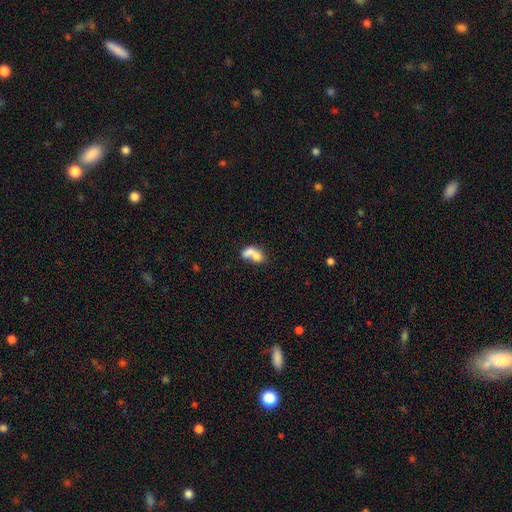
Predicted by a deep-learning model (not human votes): This is likely a smooth galaxy (68%). How rounded: likely in between (72%). Merging: likely merger (69%).